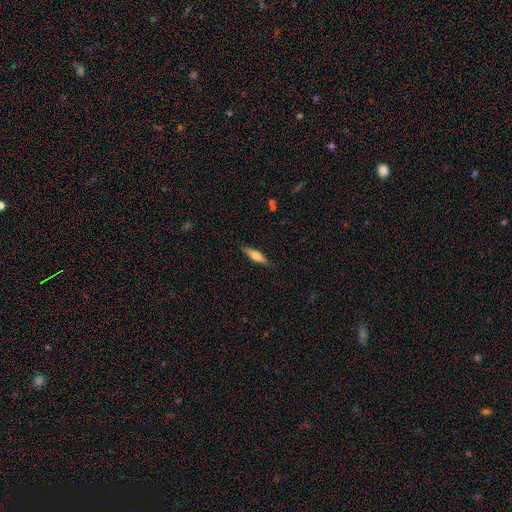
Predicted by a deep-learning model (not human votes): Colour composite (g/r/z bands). It shows a smooth galaxy with no disk features (61%) that is cigar-shaped (69%). Merging: none (86%).